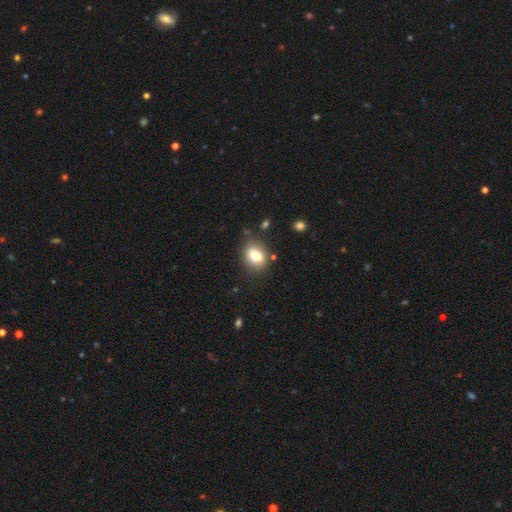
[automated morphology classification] The model was most divided on "how rounded": in between: 67%, round: 31%, cigar-shaped: 2%. More confident: merging — none (78%); smooth or featured — smooth (76%).